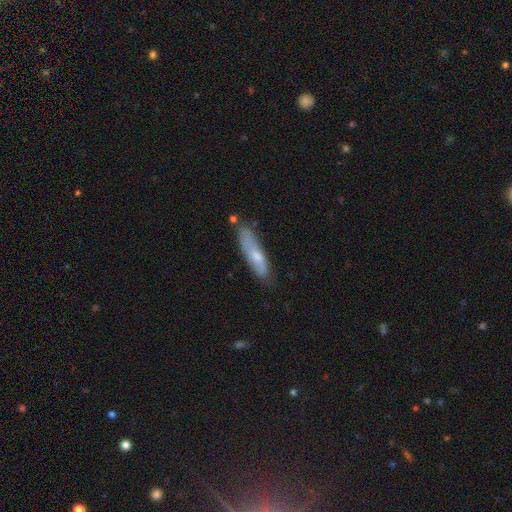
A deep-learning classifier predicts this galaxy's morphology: Q: Smooth or featured?
A: smooth (60%); runner-up: featured or disk (33%)
Q: How rounded?
A: cigar-shaped (69%); runner-up: in between (30%)
Q: Merging?
A: none (67%); runner-up: minor disturbance (23%)